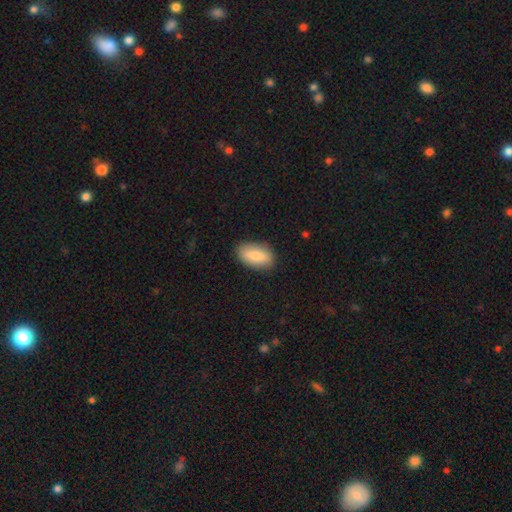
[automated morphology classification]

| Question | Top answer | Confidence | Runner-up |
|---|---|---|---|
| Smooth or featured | smooth | 80% | featured or disk (14%) |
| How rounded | in between | 91% | round (5%) |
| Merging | none | 86% | minor disturbance (10%) |